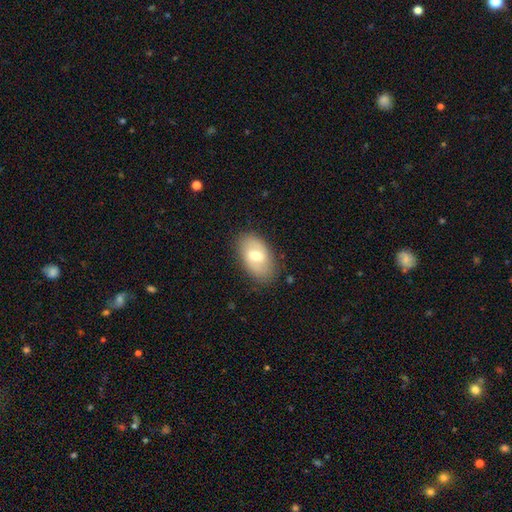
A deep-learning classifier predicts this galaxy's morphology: smooth-or-featured: smooth: 60% | featured or disk: 33% | star or artifact: 7%
  how-rounded: in between: 91% | round: 7% | cigar-shaped: 2%
  merging: none: 82% | minor disturbance: 13% | major disturbance: 4% | merger: 1%